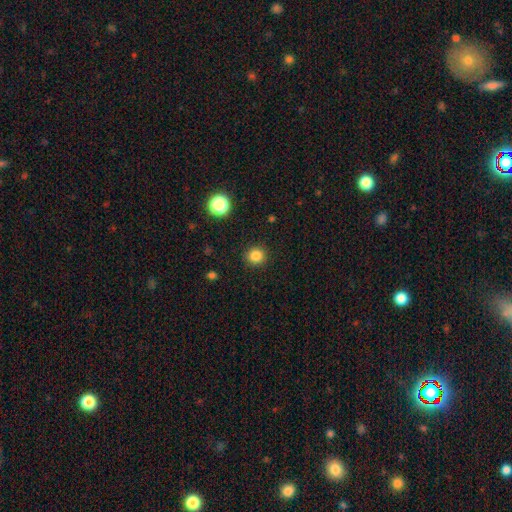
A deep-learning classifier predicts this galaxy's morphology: smooth_or_featured: smooth (p=0.84) [alt: star or artifact p=0.12]
how_rounded: round (p=0.92) [alt: in between p=0.07]
merging: none (p=0.91) [alt: minor disturbance p=0.06]